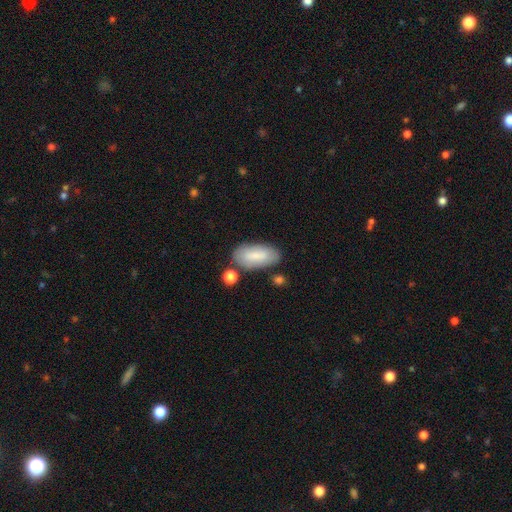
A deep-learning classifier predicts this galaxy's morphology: Smooth or featured? Predicted: smooth (p=0.81). How rounded? Predicted: in between (p=0.90). Merging? Predicted: none (p=0.72).